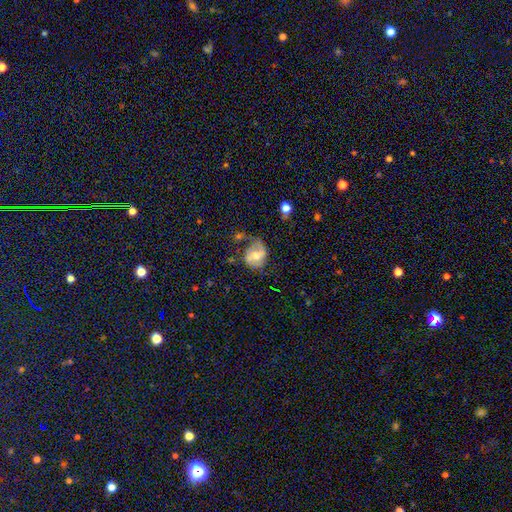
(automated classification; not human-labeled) Overall: featured or disk (63%; smooth 29%). Edge-on disk: no (98%). Bar: weak (45%; no 41%). Spiral arms: yes (87%). Spiral arm count: 2 (77%). Spiral winding: medium (44%; loose 36%). Bulge size: moderate (58%; small 28%). Merging: none (48%; minor disturbance 27%).